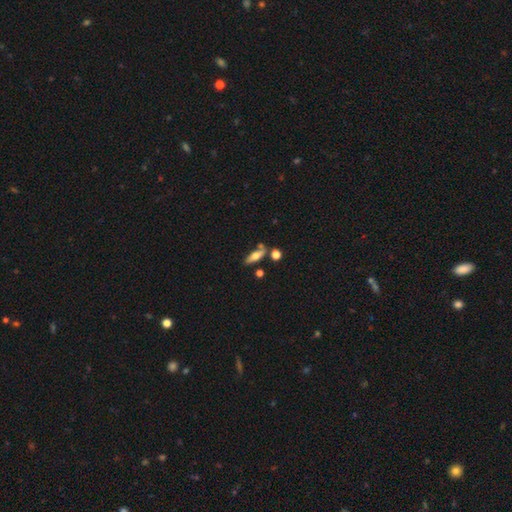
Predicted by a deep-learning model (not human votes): Smooth or featured: smooth — 52% (featured or disk — 40%)
How rounded: in between — 54% (cigar-shaped — 41%)
Merging: none — 65% (minor disturbance — 15%)